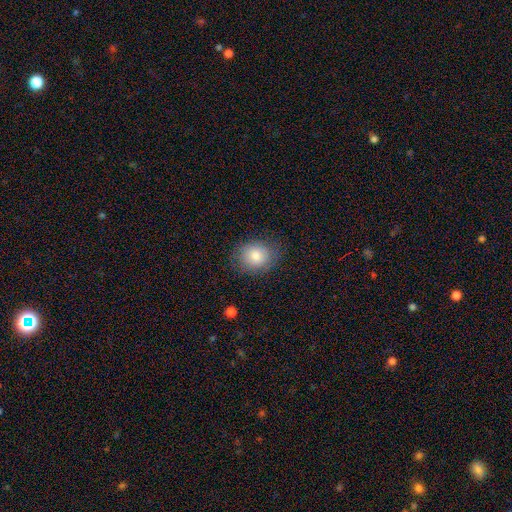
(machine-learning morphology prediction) Smooth or featured? Predicted: smooth (p=0.81). How rounded? Predicted: round (p=0.55). Merging? Predicted: none (p=0.79).